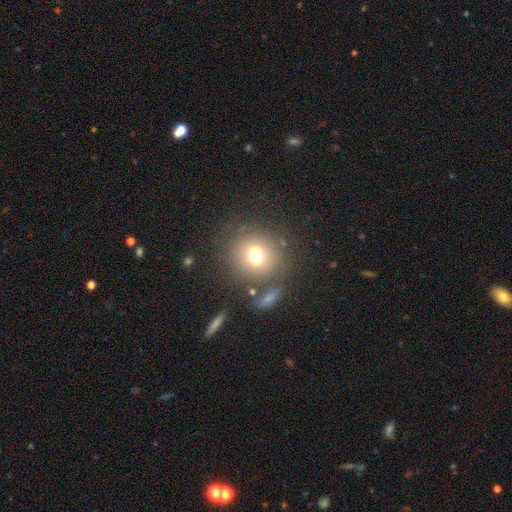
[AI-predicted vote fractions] smooth-or-featured: smooth: 72% | star or artifact: 14% | featured or disk: 14%
  how-rounded: round: 85% | in between: 14% | cigar-shaped: 1%
  merging: none: 75% | minor disturbance: 11% | merger: 8% | major disturbance: 6%